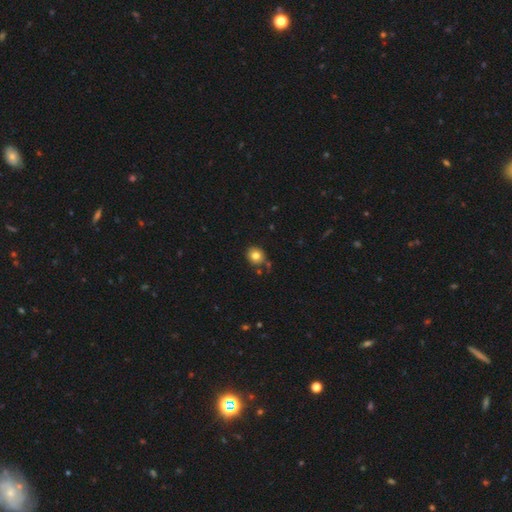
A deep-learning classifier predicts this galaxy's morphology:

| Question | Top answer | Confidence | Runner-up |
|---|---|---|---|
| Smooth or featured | smooth | 80% | star or artifact (11%) |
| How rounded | round | 78% | in between (21%) |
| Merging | none | 78% | minor disturbance (12%) |